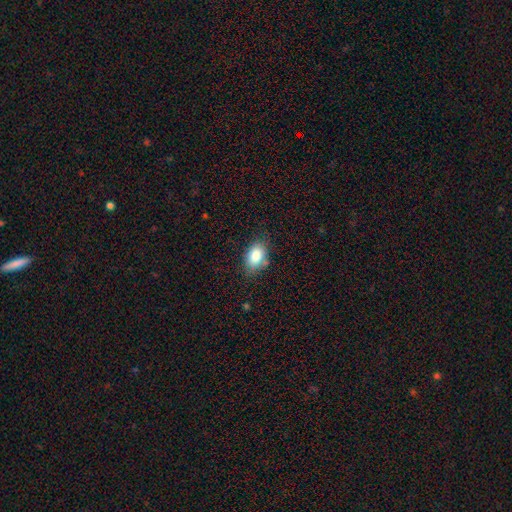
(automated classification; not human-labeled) Smooth or featured? Predicted: smooth (p=0.84). How rounded? Predicted: in between (p=0.87). Merging? Predicted: none (p=0.72).